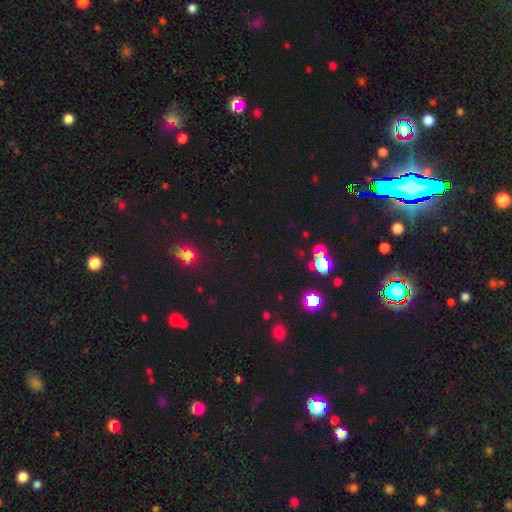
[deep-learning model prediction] Morphology: type=star or artifact (66%).